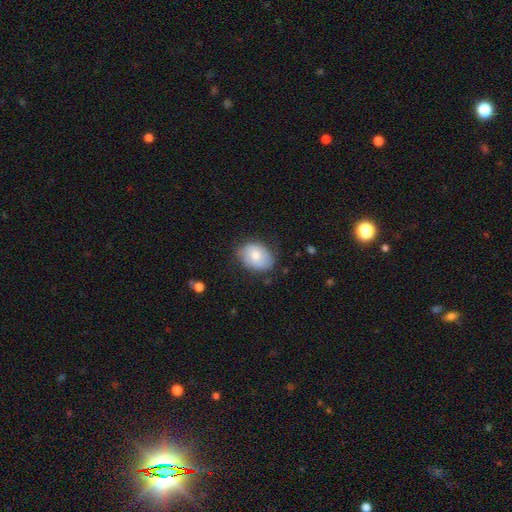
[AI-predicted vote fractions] Smooth or featured? smooth (72%)
How rounded? in between (67%)
Merging? none (72%)